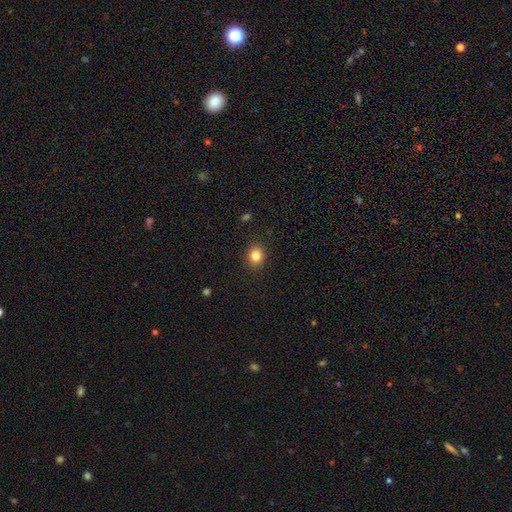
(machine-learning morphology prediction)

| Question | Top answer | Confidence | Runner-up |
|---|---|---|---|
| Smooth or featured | smooth | 83% | star or artifact (11%) |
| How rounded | round | 76% | in between (23%) |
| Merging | none | 90% | minor disturbance (7%) |